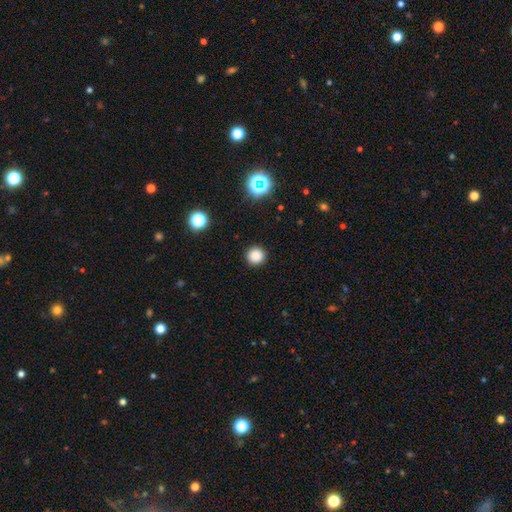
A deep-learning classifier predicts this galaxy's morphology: Smooth or featured?
  - smooth: 84% *
  - star or artifact: 13%
  - featured or disk: 3%
How rounded?
  - round: 96% *
  - in between: 3%
  - cigar-shaped: 1%
Merging?
  - none: 92% *
  - minor disturbance: 5%
  - major disturbance: 2%
  - merger: 1%